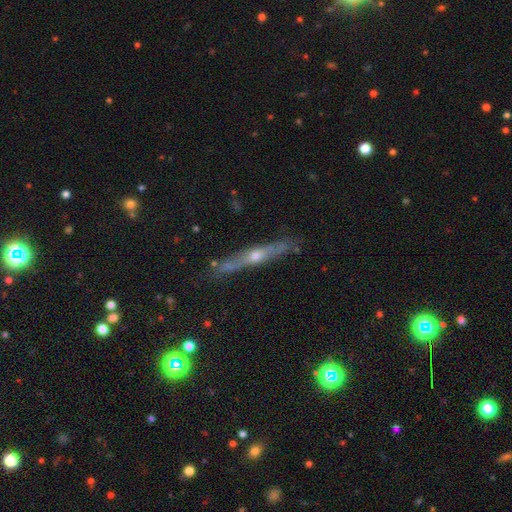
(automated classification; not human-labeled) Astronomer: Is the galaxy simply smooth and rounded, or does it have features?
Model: featured or disk — 73%.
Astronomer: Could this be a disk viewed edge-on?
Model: yes — 93%.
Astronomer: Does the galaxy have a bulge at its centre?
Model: rounded — 83%.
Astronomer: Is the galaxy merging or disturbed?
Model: none — 83%.